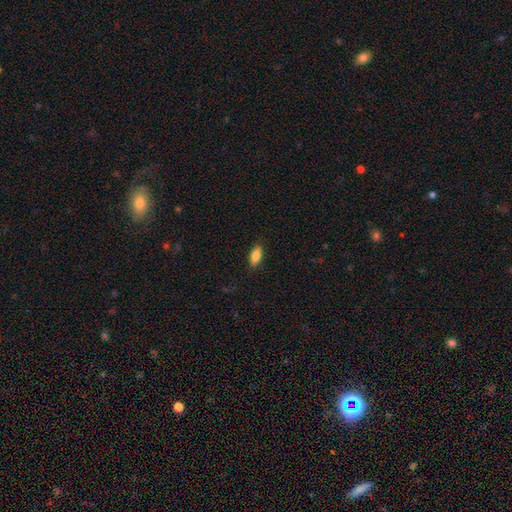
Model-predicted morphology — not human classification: A smooth galaxy with no disk features (84%) that is in between round and cigar-shaped (84%). Merging: none (86%).